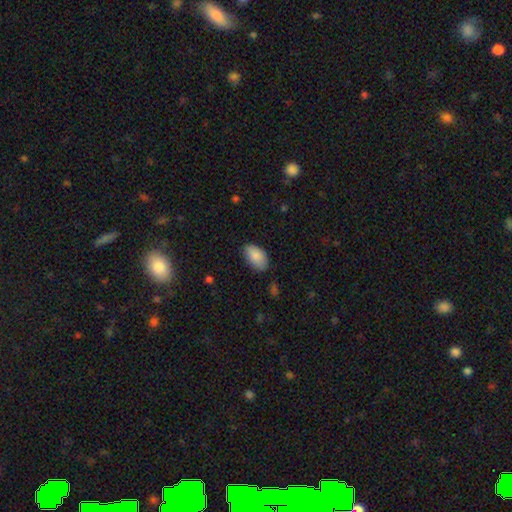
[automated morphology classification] Smooth or featured? smooth (88%)
How rounded? in between (94%)
Merging? none (77%)